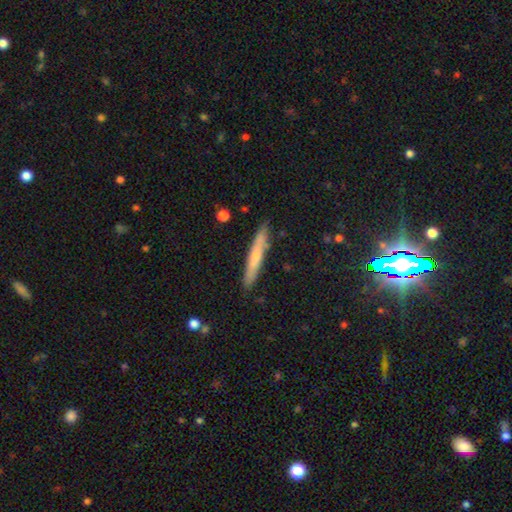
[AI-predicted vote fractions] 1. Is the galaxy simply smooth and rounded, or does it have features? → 55% smooth, 38% featured or disk, 6% star or artifact.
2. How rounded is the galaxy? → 94% cigar-shaped, 4% in between, 1% round.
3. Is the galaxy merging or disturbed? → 85% none, 11% minor disturbance, 2% merger, 2% major disturbance.